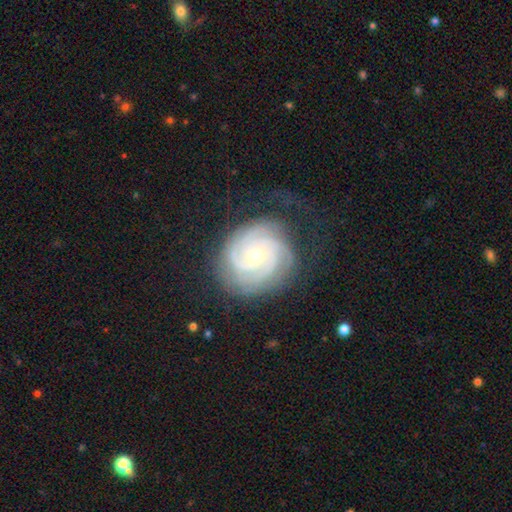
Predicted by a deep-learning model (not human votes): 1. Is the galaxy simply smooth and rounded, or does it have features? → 89% featured or disk, 6% smooth, 5% star or artifact.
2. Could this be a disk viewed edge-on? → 98% no, 2% yes.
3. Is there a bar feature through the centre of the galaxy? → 63% no, 29% weak, 8% strong.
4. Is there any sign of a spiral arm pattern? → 98% yes, 2% no.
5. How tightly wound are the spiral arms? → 81% tight, 17% medium, 3% loose.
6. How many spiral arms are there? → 26% 3, 21% 4, 21% can't tell, 17% 2, 8% more than 4, 7% 1.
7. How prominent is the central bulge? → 51% small, 46% moderate, 1% large, 1% none, 1% dominant.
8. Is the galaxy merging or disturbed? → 72% none, 18% minor disturbance, 9% major disturbance, 1% merger.